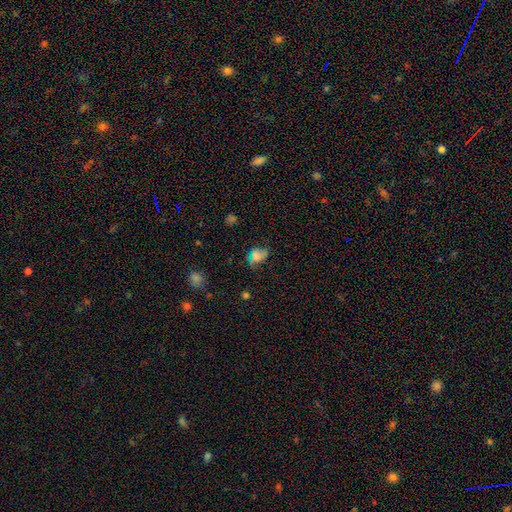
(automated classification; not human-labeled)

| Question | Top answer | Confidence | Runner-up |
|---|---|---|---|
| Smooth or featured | smooth | 65% | star or artifact (23%) |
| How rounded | in between | 73% | round (25%) |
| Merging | none | 57% | minor disturbance (27%) |